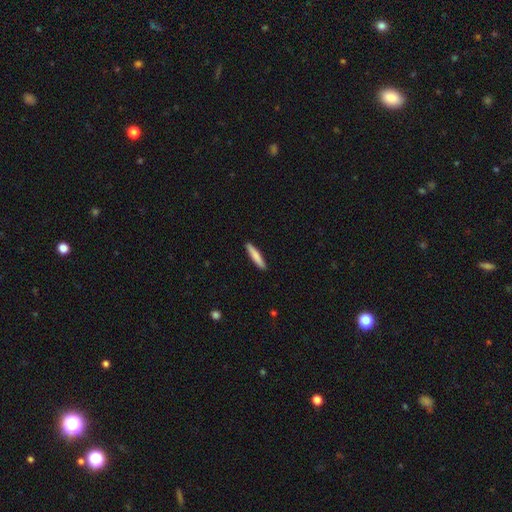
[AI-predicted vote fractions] Morphology: type=smooth (81%); roundness=cigar-shaped (92%); merging=none (91%).